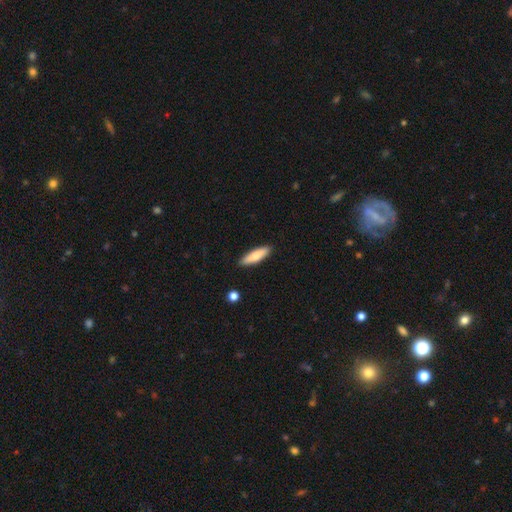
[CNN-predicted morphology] Smooth or featured? Predicted: smooth (p=0.75). How rounded? Predicted: cigar-shaped (p=0.61). Merging? Predicted: none (p=0.89).